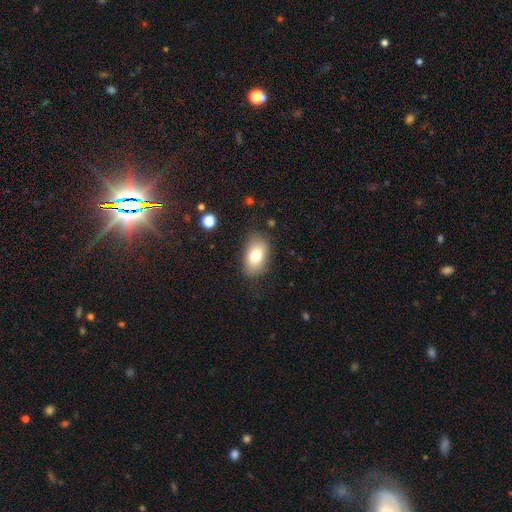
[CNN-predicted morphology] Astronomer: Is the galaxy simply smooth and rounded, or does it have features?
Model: smooth — 76%.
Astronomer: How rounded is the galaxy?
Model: in between — 89%.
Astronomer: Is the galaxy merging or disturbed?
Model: none — 81%.